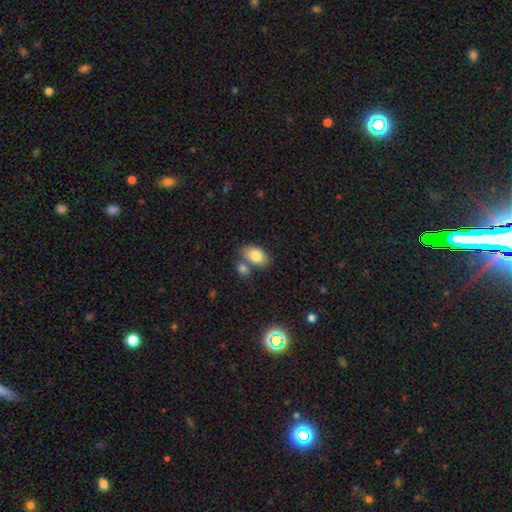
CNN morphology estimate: smooth-or-featured: smooth: 80% | featured or disk: 12% | star or artifact: 8%
  how-rounded: in between: 91% | round: 8% | cigar-shaped: 1%
  merging: none: 60% | merger: 24% | minor disturbance: 12% | major disturbance: 3%